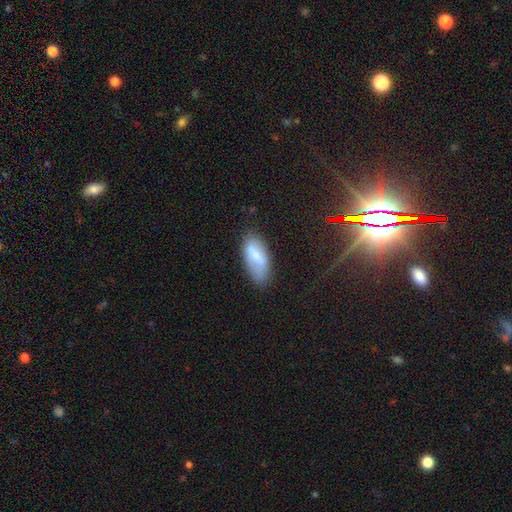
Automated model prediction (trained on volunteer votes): Overall: smooth (69%). How rounded: in between (86%). Merging: none (69%).